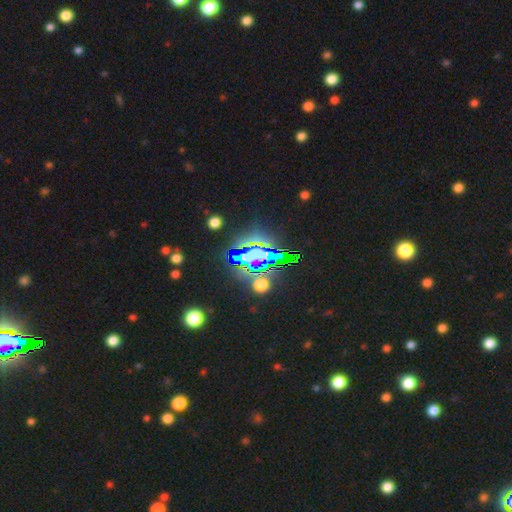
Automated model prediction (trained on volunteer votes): Smooth or featured?
  - star or artifact: 70% *
  - smooth: 18%
  - featured or disk: 12%